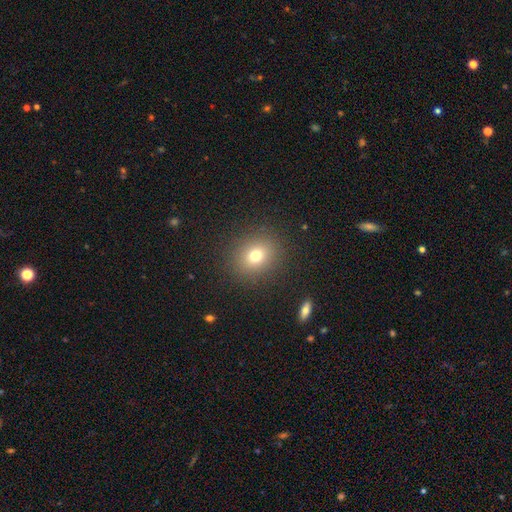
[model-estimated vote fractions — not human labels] Overall: smooth (73%). How rounded: round (71%). Merging: none (88%).